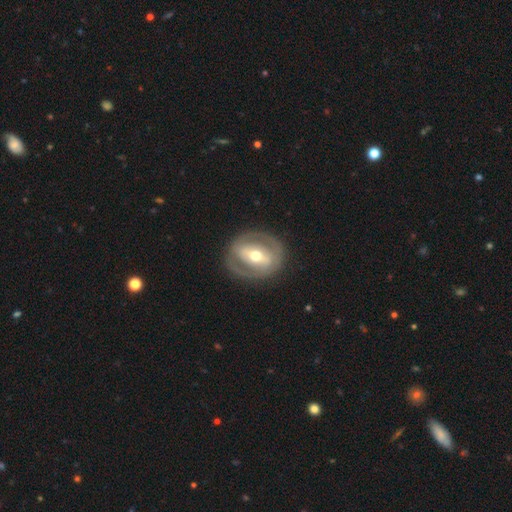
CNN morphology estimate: This is likely a featured or disk galaxy (69%). It is clearly not viewed edge-on (94%). Bar: possibly strong (48%). Spiral arm pattern: likely no (61%). Central bulge: likely moderate (67%). Merging: clearly none (81%).